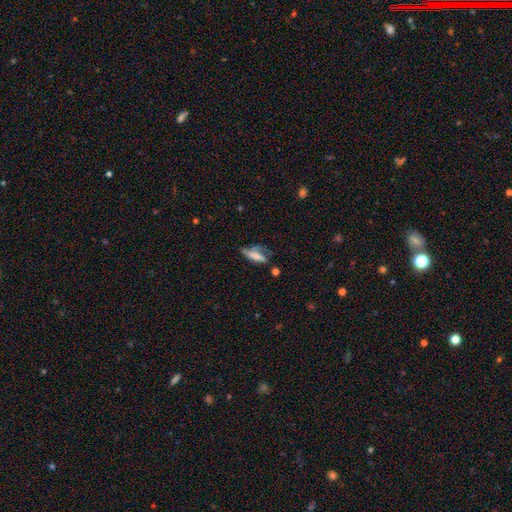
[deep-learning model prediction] smooth-or-featured: smooth: 56% | featured or disk: 34% | star or artifact: 10%
  how-rounded: cigar-shaped: 53% | in between: 44% | round: 3%
  merging: none: 36% | minor disturbance: 27% | major disturbance: 27% | merger: 11%